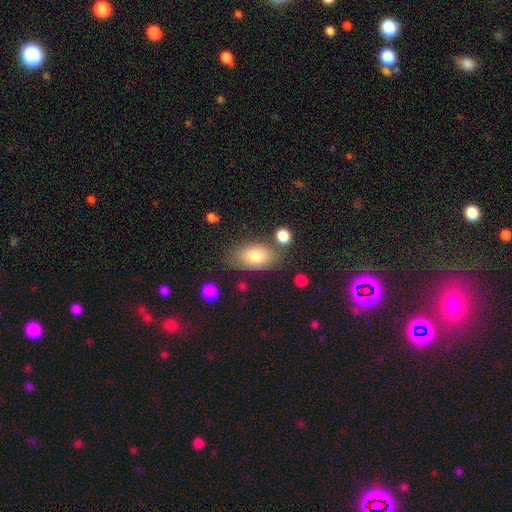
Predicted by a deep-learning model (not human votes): Smooth or featured: smooth — 78% (featured or disk — 14%)
How rounded: in between — 89% (round — 9%)
Merging: none — 73% (minor disturbance — 15%)